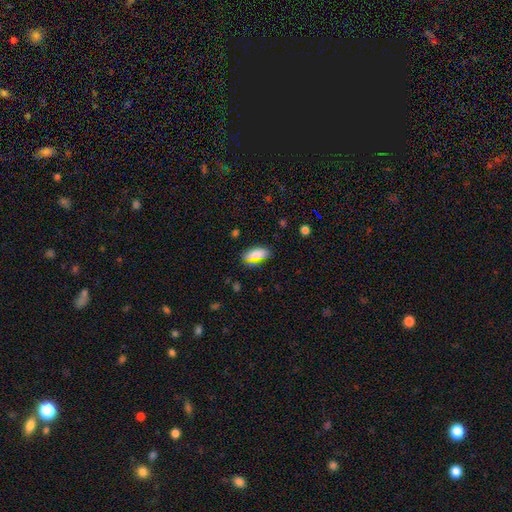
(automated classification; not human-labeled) The model was most divided on "merging": none: 76%, minor disturbance: 15%, merger: 4%, major disturbance: 4%. More confident: how rounded — in between (81%); smooth or featured — smooth (78%).